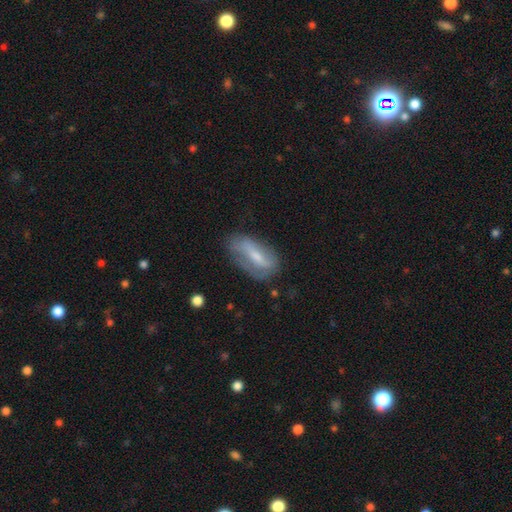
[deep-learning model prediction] Morphology: type=featured or disk (47%); merging=none (57%).